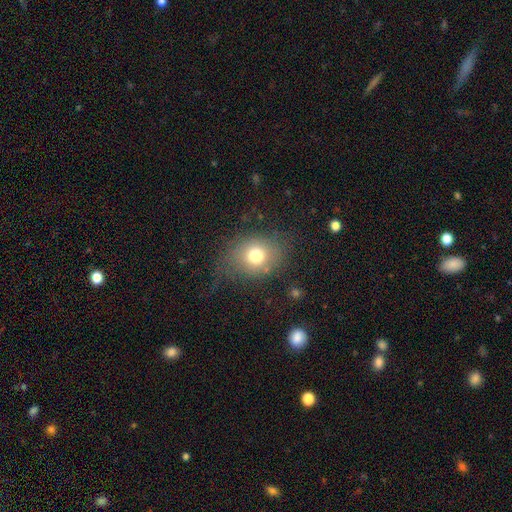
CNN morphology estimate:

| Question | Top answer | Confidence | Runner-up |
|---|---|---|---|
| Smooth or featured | smooth | 74% | featured or disk (14%) |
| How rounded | round | 52% | in between (47%) |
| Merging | none | 61% | minor disturbance (21%) |